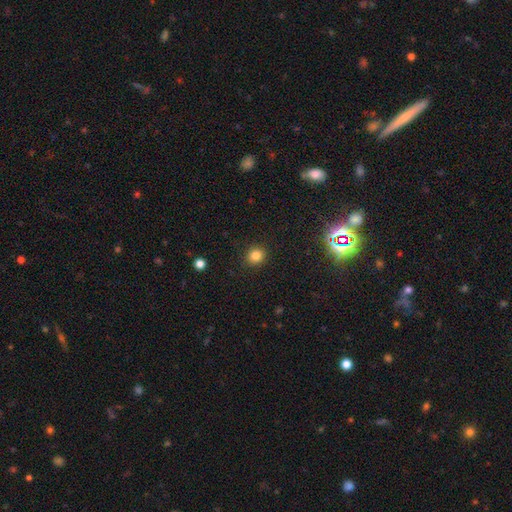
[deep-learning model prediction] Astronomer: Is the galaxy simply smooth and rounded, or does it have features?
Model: smooth — 82%.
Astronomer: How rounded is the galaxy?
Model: round — 83%.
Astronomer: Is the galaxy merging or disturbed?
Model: none — 90%.